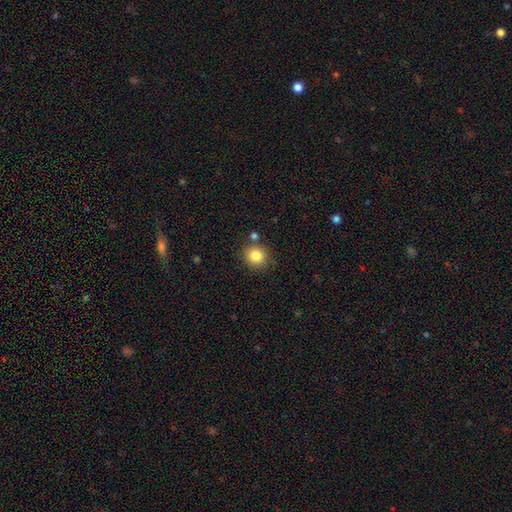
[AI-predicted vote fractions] smooth 83%, star or artifact 11%, featured or disk 6%. Down the decision tree: how rounded — round (88%); merging — none (80%).